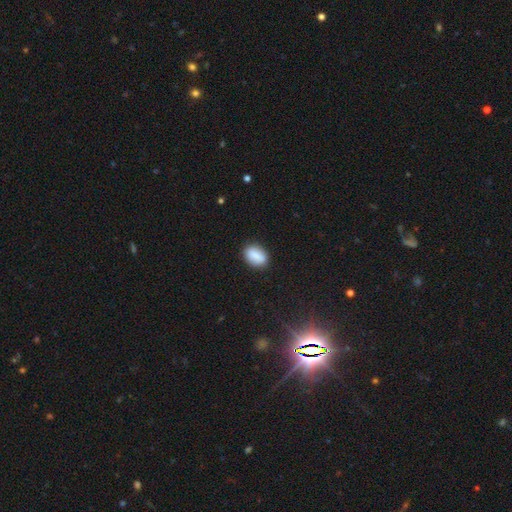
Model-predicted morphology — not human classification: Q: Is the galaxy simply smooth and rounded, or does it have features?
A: smooth — 85%.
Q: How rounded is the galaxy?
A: in between — 80%.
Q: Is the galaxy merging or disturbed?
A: none — 84%.